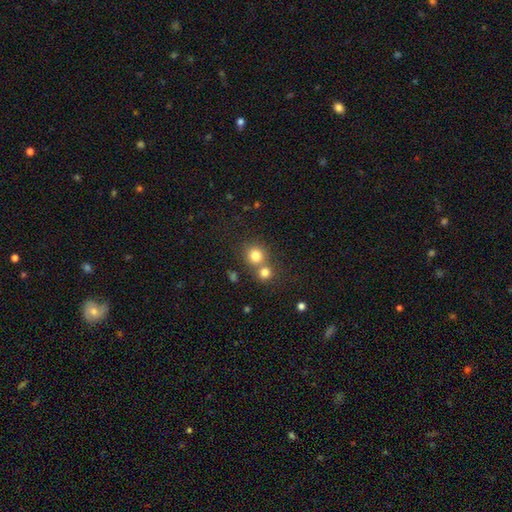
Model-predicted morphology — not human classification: This is likely a smooth galaxy (79%). How rounded: clearly round (88%). Merging: possibly none (54%).